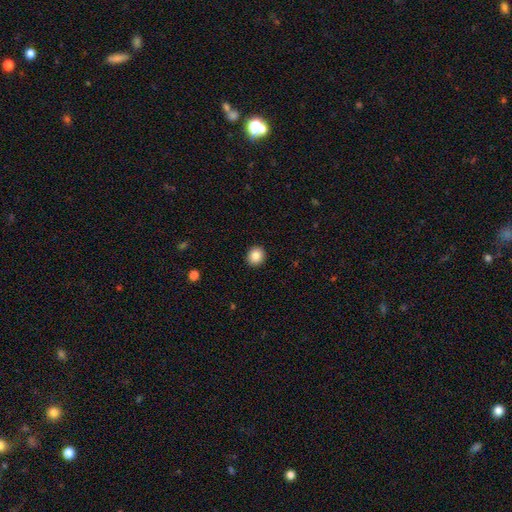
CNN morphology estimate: A smooth galaxy with no disk features (87%) that is round (83%).

Vote fractions:
- Smooth or featured? smooth: 87% / star or artifact: 9% / featured or disk: 4%
- How rounded? round: 83% / in between: 16% / cigar-shaped: 1%
- Merging? none: 92% / minor disturbance: 5% / major disturbance: 2% / merger: 1%